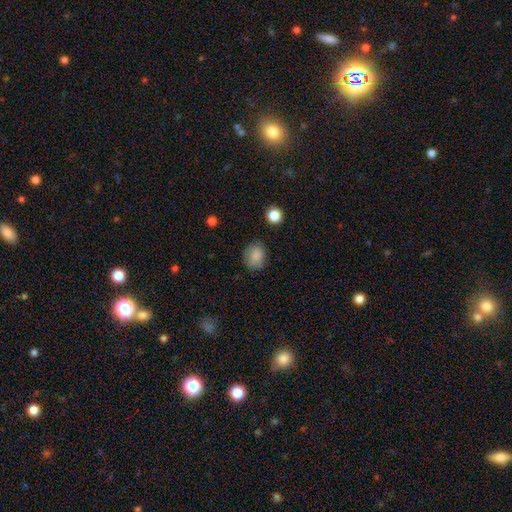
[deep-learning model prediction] A smooth galaxy with no disk features (84%) that is round (64%).

Vote fractions:
- Smooth or featured? smooth: 84% / star or artifact: 9% / featured or disk: 7%
- How rounded? round: 64% / in between: 35% / cigar-shaped: 1%
- Merging? none: 76% / minor disturbance: 18% / major disturbance: 5% / merger: 2%